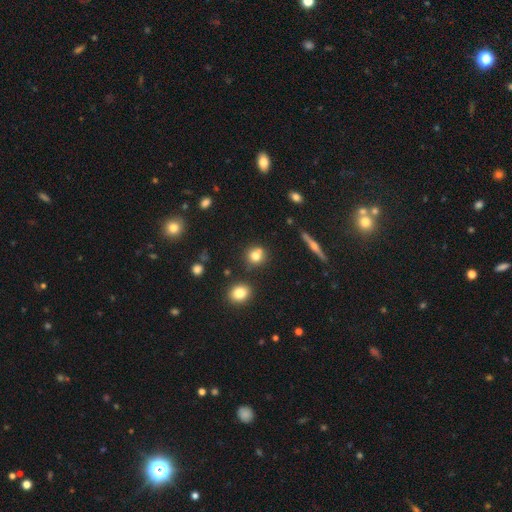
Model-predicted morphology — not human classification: type=smooth (76%); roundness=round (85%); merging=none (74%).